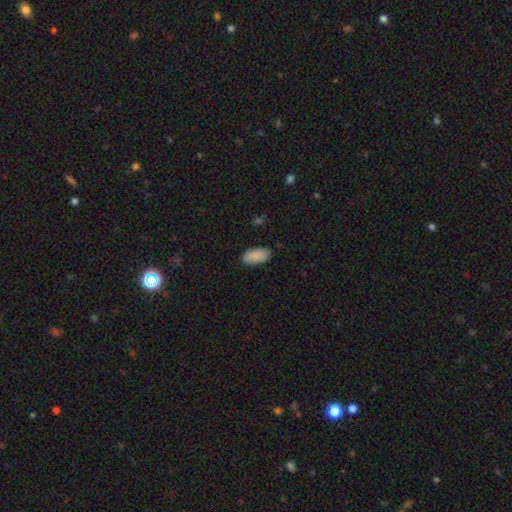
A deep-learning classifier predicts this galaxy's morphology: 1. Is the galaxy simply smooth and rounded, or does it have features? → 90% smooth, 7% star or artifact, 4% featured or disk.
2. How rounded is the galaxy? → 93% in between, 5% cigar-shaped, 2% round.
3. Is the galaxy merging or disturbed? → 87% none, 10% minor disturbance, 2% major disturbance, 1% merger.